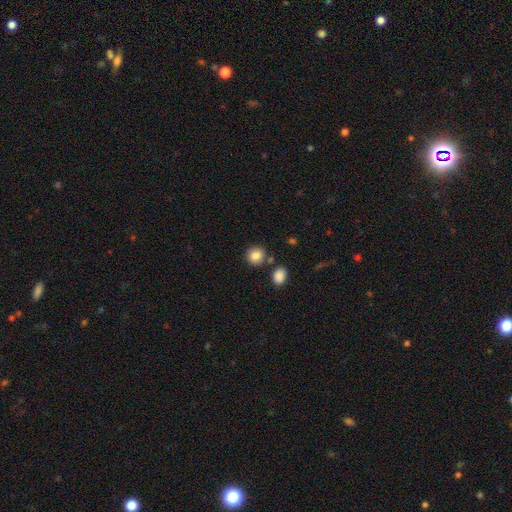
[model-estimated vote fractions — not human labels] smooth-or-featured: smooth: 85% | star or artifact: 9% | featured or disk: 6%
  how-rounded: round: 81% | in between: 18% | cigar-shaped: 1%
  merging: none: 79% | minor disturbance: 9% | merger: 9% | major disturbance: 3%